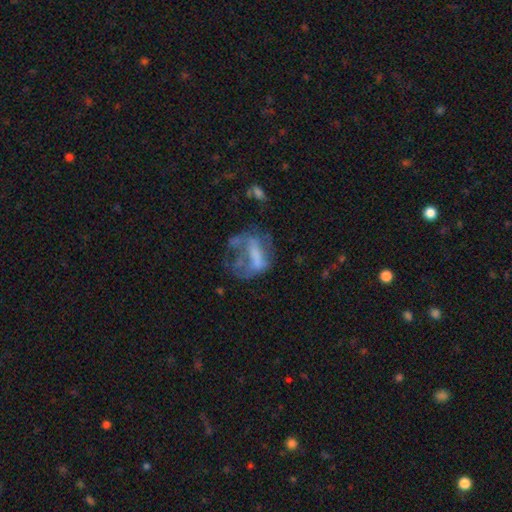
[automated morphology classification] Smooth or featured? Predicted: featured or disk (p=0.52). Edge-on disk? Predicted: no (p=0.95). Merging? Predicted: major disturbance (p=0.42).